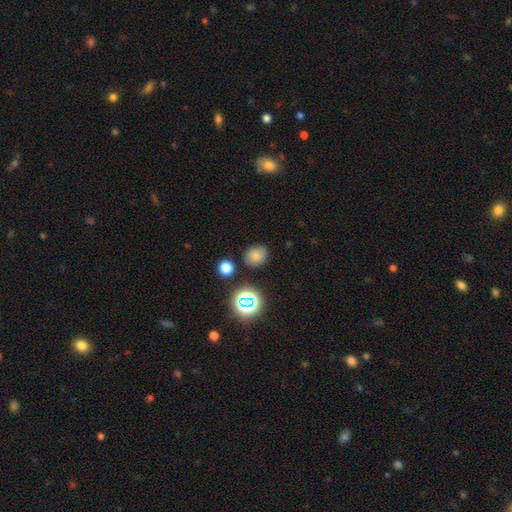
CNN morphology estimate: smooth_or_featured: smooth (p=0.74) [alt: star or artifact p=0.18]
how_rounded: round (p=0.65) [alt: in between p=0.34]
merging: none (p=0.82) [alt: minor disturbance p=0.11]